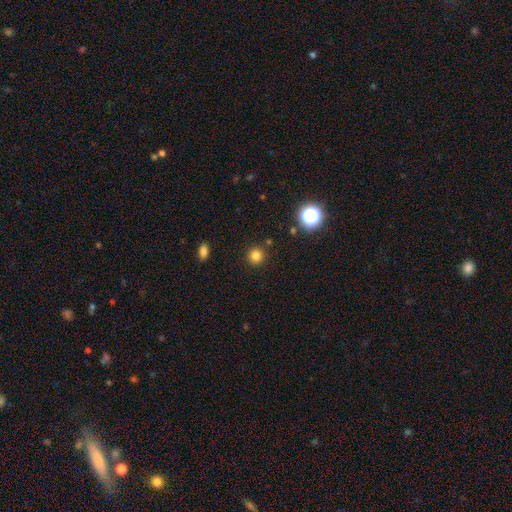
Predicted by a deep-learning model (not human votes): A smooth galaxy with no disk features (80%) that is round (94%). Merging: none (90%).